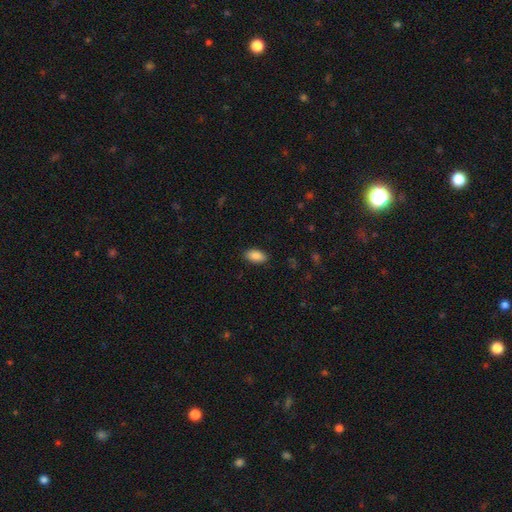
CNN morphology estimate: Overall: smooth (88%). How rounded: in between (94%). Merging: none (88%).